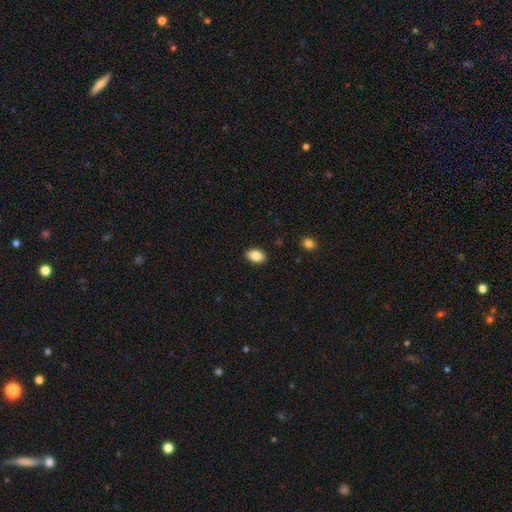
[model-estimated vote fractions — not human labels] Morphology: type=smooth (86%); roundness=in between (88%); merging=none (90%).